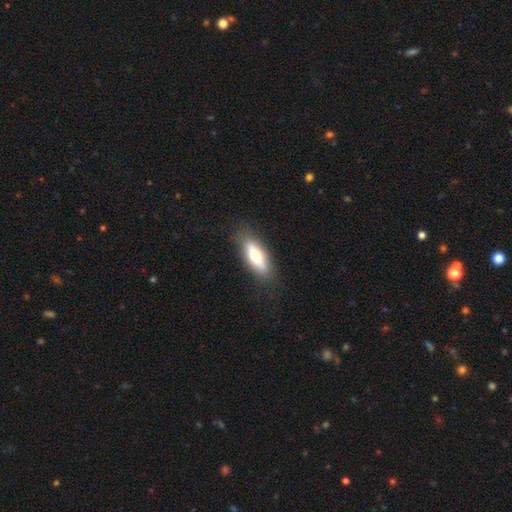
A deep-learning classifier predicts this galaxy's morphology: A smooth galaxy with no disk features (59%) that is in between round and cigar-shaped (59%). Merging: none (84%).